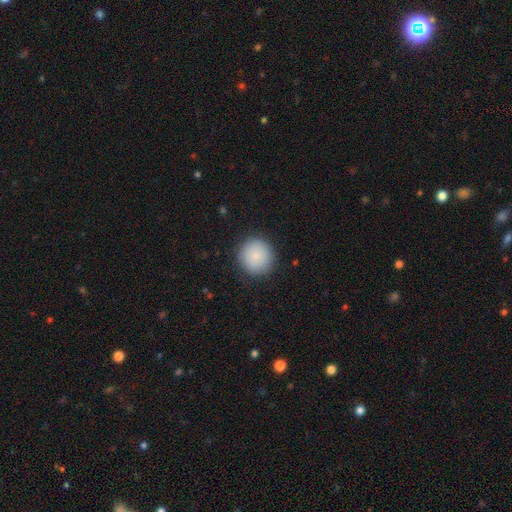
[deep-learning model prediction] This appears to be a smooth galaxy with no disk features (86%) that is round (94%). Merging: none (89%).